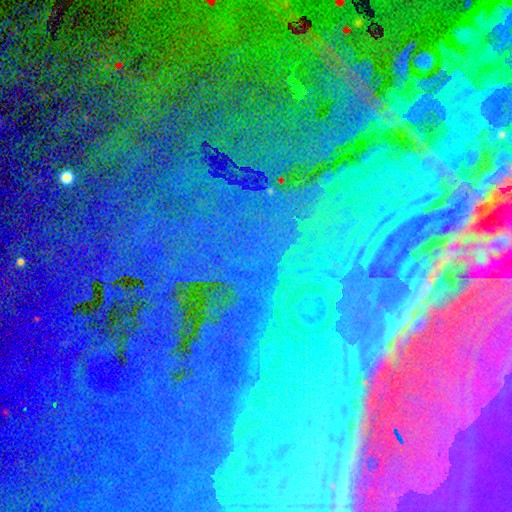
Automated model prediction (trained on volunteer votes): Overall: star or artifact (84%).